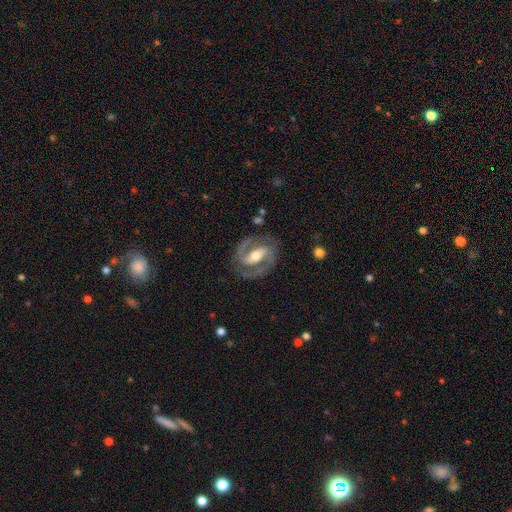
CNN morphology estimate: Q: Smooth or featured?
A: featured or disk (91%); runner-up: smooth (5%)
Q: Edge-on disk?
A: no (97%); runner-up: yes (3%)
Q: Bar?
A: strong (56%); runner-up: weak (30%)
Q: Spiral arms?
A: yes (97%); runner-up: no (3%)
Q: Spiral winding?
A: medium (57%); runner-up: tight (33%)
Q: Spiral arm count?
A: 2 (92%); runner-up: can't tell (2%)
Q: Bulge size?
A: moderate (68%); runner-up: small (20%)
Q: Merging?
A: none (81%); runner-up: minor disturbance (12%)